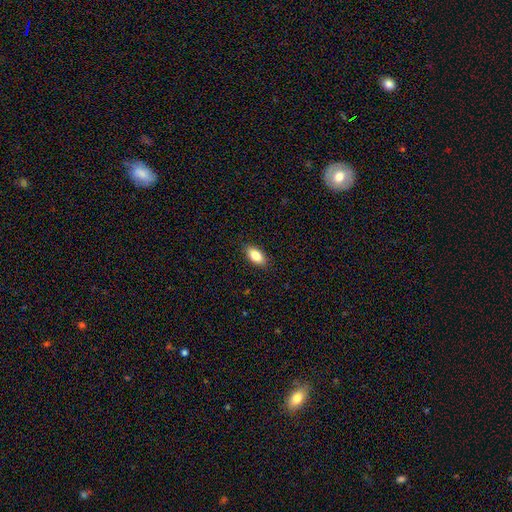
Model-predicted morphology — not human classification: A smooth galaxy with no disk features (85%) that is in between round and cigar-shaped (91%). Merging: none (89%).